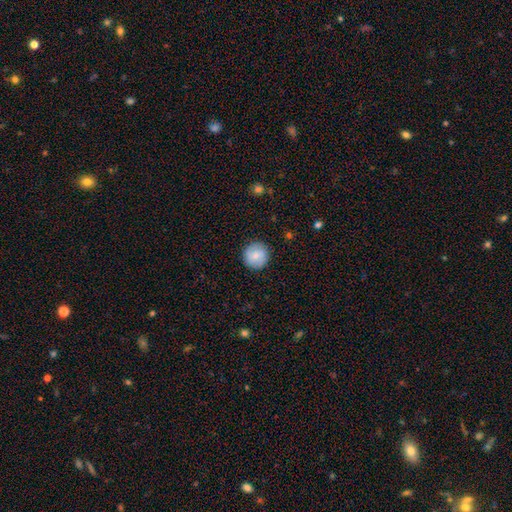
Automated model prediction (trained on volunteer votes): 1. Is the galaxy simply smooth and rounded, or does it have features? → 73% smooth, 20% featured or disk, 7% star or artifact.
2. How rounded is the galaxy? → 94% round, 5% in between, 1% cigar-shaped.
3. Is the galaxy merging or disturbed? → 90% none, 7% minor disturbance, 2% major disturbance, 1% merger.